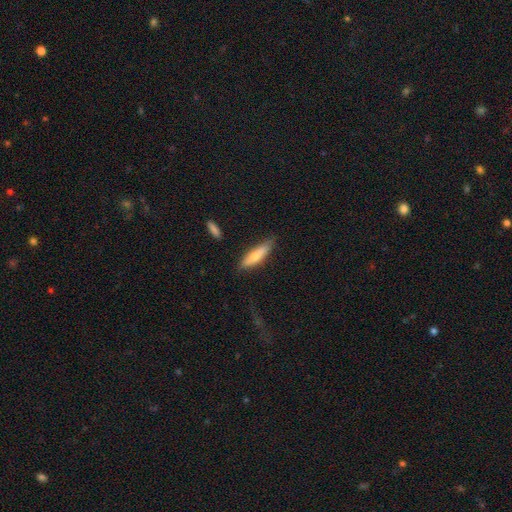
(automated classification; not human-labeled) Smooth or featured: smooth — 70% (featured or disk — 24%)
How rounded: cigar-shaped — 70% (in between — 28%)
Merging: none — 74% (minor disturbance — 19%)